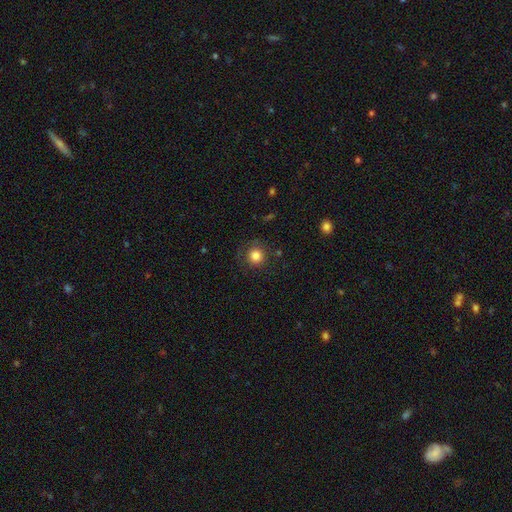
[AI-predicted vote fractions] Smooth or featured?
  - smooth: 83% *
  - star or artifact: 11%
  - featured or disk: 6%
How rounded?
  - round: 93% *
  - in between: 6%
  - cigar-shaped: 1%
Merging?
  - none: 81% *
  - minor disturbance: 12%
  - major disturbance: 5%
  - merger: 2%